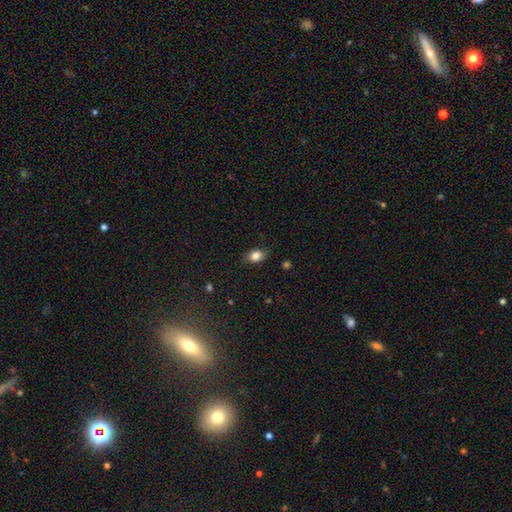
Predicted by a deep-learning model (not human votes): Smooth or featured? Predicted: smooth (p=0.82). How rounded? Predicted: in between (p=0.72). Merging? Predicted: none (p=0.82).